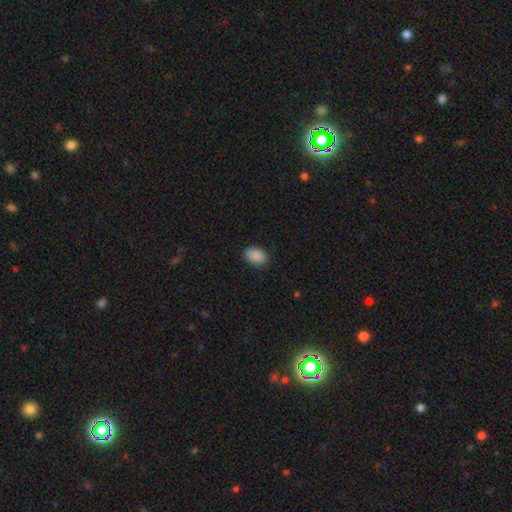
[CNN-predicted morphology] smooth-or-featured: smooth: 90% | star or artifact: 8% | featured or disk: 3%
  how-rounded: in between: 80% | round: 19% | cigar-shaped: 1%
  merging: none: 86% | minor disturbance: 11% | major disturbance: 2% | merger: 1%